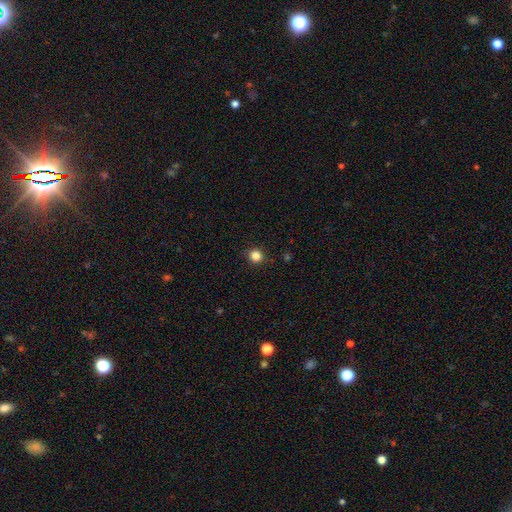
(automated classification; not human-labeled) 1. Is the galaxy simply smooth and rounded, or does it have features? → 84% smooth, 12% star or artifact, 4% featured or disk.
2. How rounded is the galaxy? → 89% round, 10% in between, 1% cigar-shaped.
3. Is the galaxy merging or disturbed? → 90% none, 7% minor disturbance, 2% major disturbance, 1% merger.